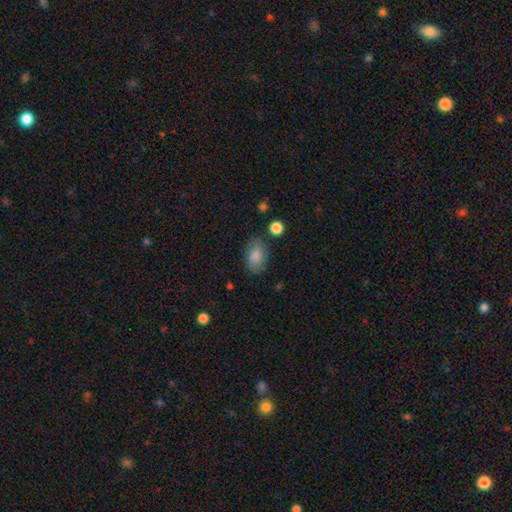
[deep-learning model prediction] Smooth or featured?
  - smooth: 84% *
  - featured or disk: 9%
  - star or artifact: 7%
How rounded?
  - in between: 89% *
  - round: 9%
  - cigar-shaped: 1%
Merging?
  - none: 77% *
  - minor disturbance: 15%
  - major disturbance: 4%
  - merger: 3%